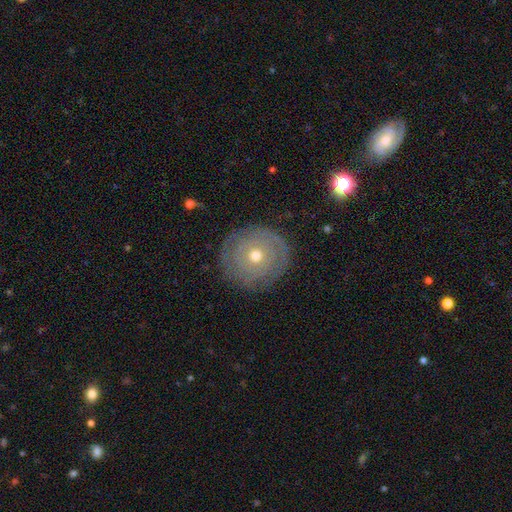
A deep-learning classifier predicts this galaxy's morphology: Smooth or featured? featured or disk (66%)
Edge-on disk? no (97%)
Bar? no (87%)
Spiral arms? yes (73%)
Bulge size? moderate (57%)
Merging? none (83%)